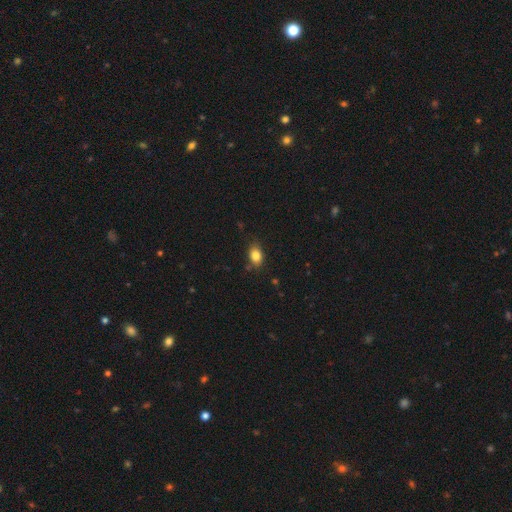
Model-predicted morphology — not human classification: smooth_or_featured: smooth (p=0.84) [alt: star or artifact p=0.10]
how_rounded: in between (p=0.74) [alt: round p=0.24]
merging: none (p=0.77) [alt: minor disturbance p=0.17]